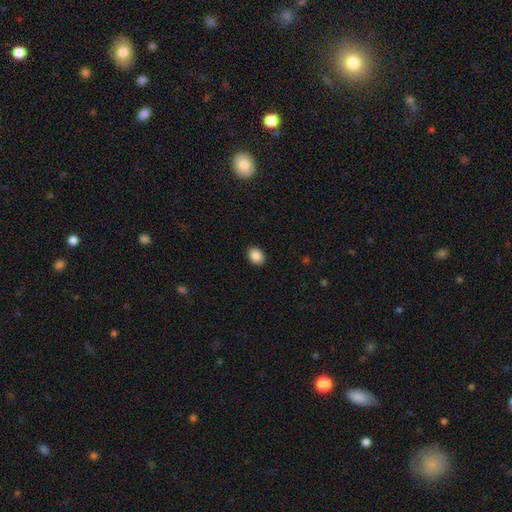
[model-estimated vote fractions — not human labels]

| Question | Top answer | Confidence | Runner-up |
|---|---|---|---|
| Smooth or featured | smooth | 87% | star or artifact (9%) |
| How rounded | in between | 59% | round (40%) |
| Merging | none | 90% | minor disturbance (7%) |